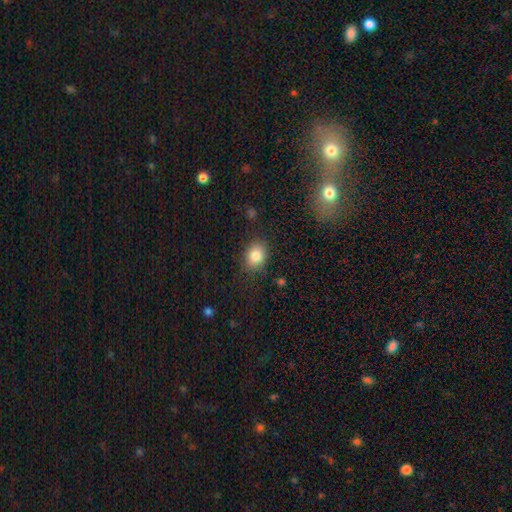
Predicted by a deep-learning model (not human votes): A smooth galaxy with no disk features (84%) that is in between round and cigar-shaped (58%). Merging: none (81%).